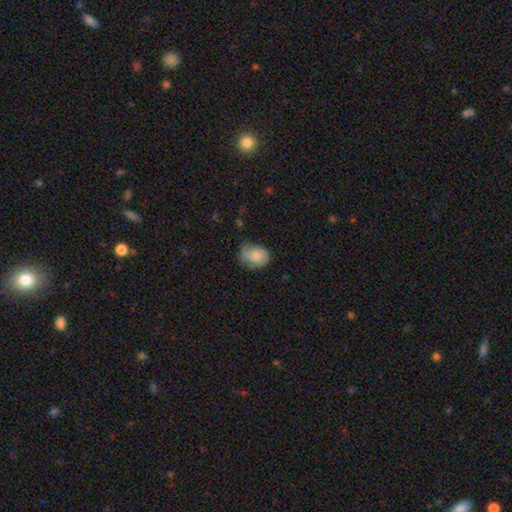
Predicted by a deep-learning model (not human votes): smooth_or_featured: smooth (p=0.75) [alt: featured or disk p=0.18]
how_rounded: in between (p=0.67) [alt: round p=0.32]
merging: none (p=0.54) [alt: minor disturbance p=0.34]